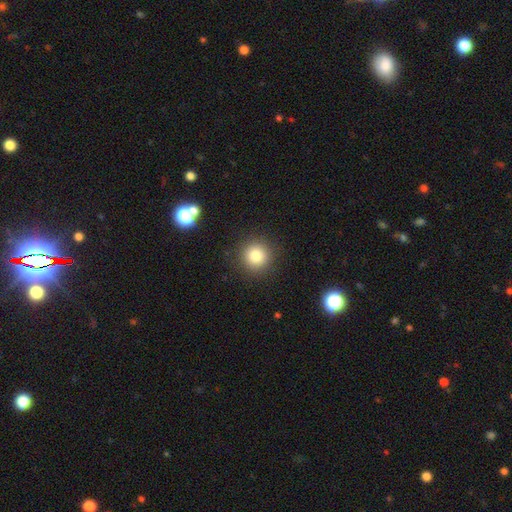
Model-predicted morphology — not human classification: Q: Smooth or featured?
A: smooth (81%); runner-up: star or artifact (12%)
Q: How rounded?
A: round (94%); runner-up: in between (5%)
Q: Merging?
A: none (90%); runner-up: minor disturbance (6%)